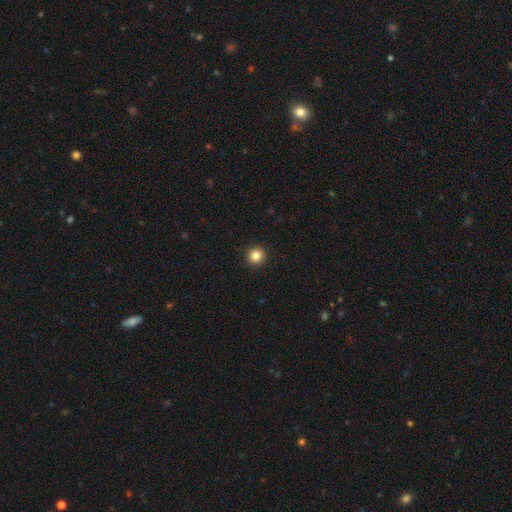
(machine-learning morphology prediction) smooth-or-featured: smooth: 84% | star or artifact: 11% | featured or disk: 5%
  how-rounded: round: 95% | in between: 4% | cigar-shaped: 1%
  merging: none: 93% | minor disturbance: 4% | major disturbance: 1% | merger: 1%